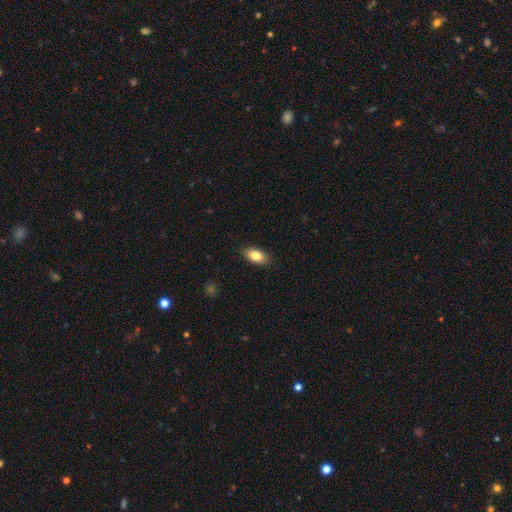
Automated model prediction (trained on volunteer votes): smooth-or-featured: smooth: 83% | featured or disk: 9% | star or artifact: 7%
  how-rounded: in between: 91% | round: 5% | cigar-shaped: 4%
  merging: none: 88% | minor disturbance: 9% | major disturbance: 2% | merger: 1%